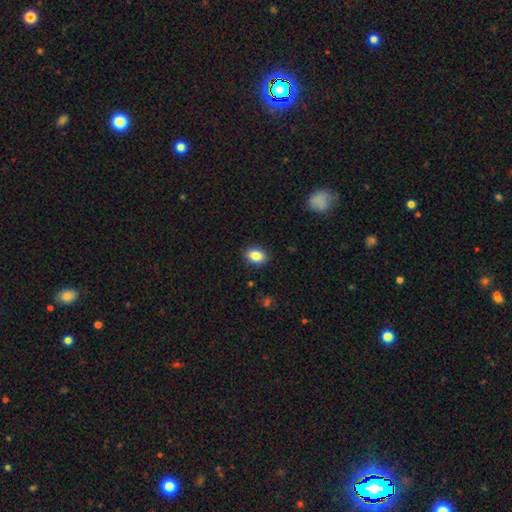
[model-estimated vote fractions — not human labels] Morphology: type=smooth (86%); roundness=in between (81%); merging=none (89%).